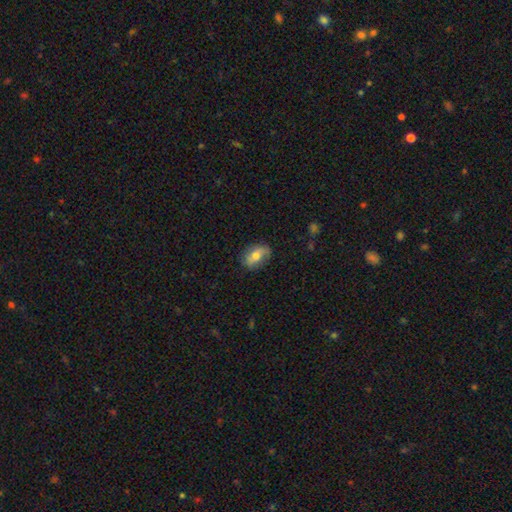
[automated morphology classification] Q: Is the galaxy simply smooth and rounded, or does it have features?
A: smooth — 56%.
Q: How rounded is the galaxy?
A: in between — 81%.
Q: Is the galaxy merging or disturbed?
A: none — 76%.